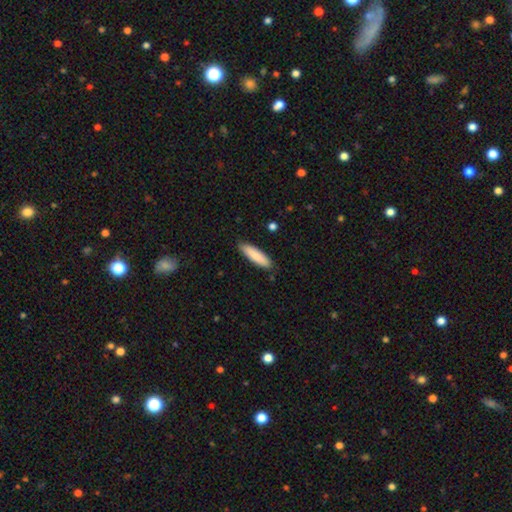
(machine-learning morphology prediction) This is clearly a smooth galaxy (86%). How rounded: likely cigar-shaped (66%). Merging: clearly none (87%).